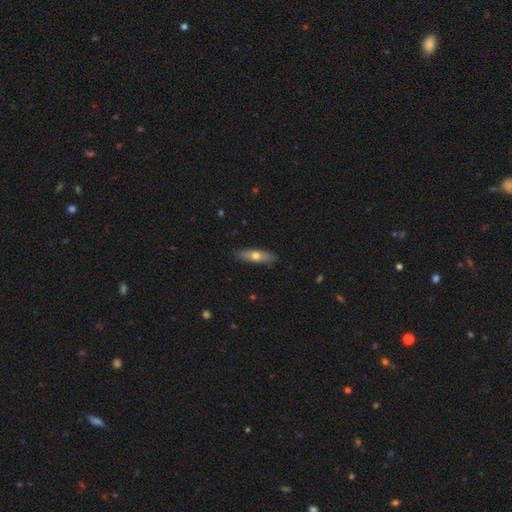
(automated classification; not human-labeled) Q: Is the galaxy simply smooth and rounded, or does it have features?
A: smooth — 60%.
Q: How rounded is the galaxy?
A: cigar-shaped — 52%.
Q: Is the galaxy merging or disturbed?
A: none — 86%.